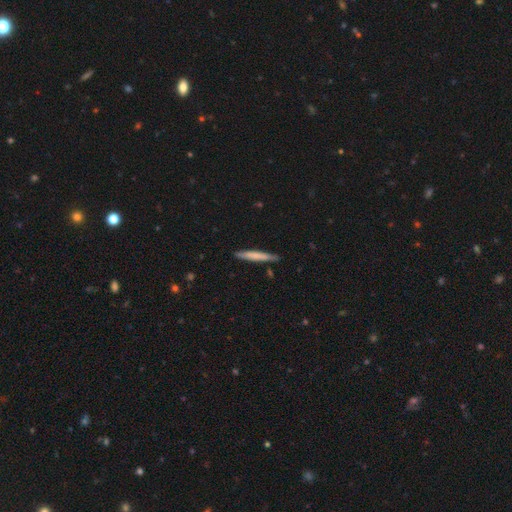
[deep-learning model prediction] Smooth or featured? smooth (65%)
How rounded? cigar-shaped (95%)
Merging? none (87%)